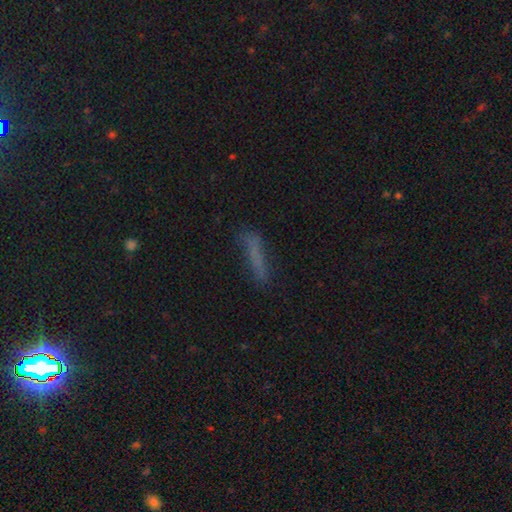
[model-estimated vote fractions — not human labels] Smooth or featured? Predicted: smooth (p=0.67). How rounded? Predicted: cigar-shaped (p=0.88). Merging? Predicted: none (p=0.73).